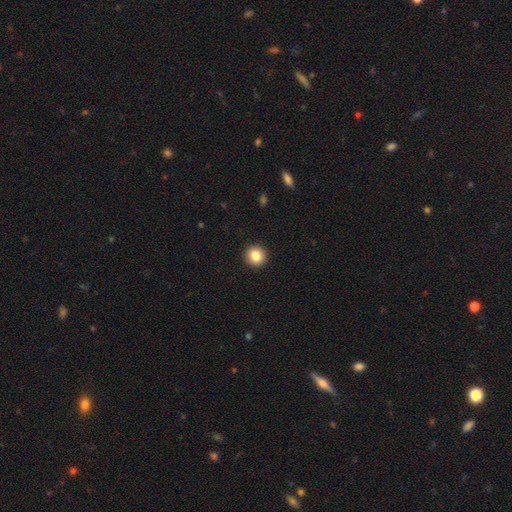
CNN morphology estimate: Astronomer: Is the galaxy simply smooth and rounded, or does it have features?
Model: smooth — 85%.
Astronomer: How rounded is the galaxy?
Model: round — 90%.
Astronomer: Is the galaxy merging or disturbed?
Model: none — 93%.